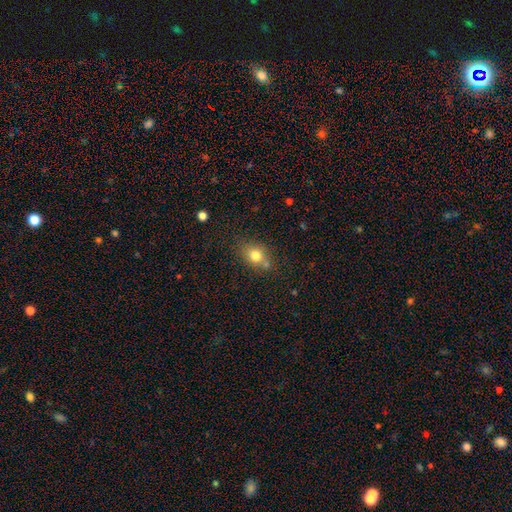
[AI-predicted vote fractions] This is likely a smooth galaxy (77%). How rounded: possibly in between (52%). Merging: likely none (63%).